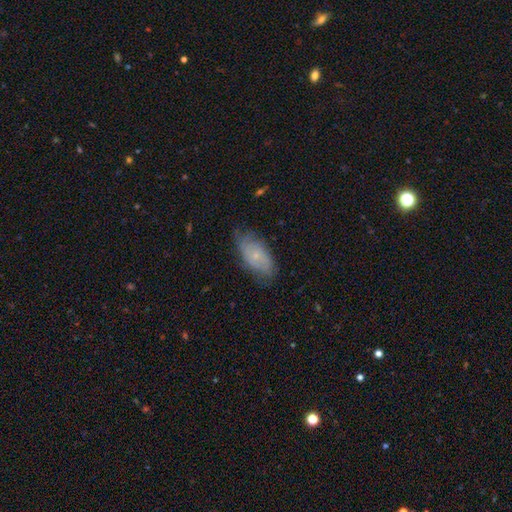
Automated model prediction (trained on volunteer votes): Q: Smooth or featured?
A: smooth (51%); runner-up: featured or disk (42%)
Q: How rounded?
A: in between (89%); runner-up: cigar-shaped (7%)
Q: Merging?
A: none (68%); runner-up: minor disturbance (24%)